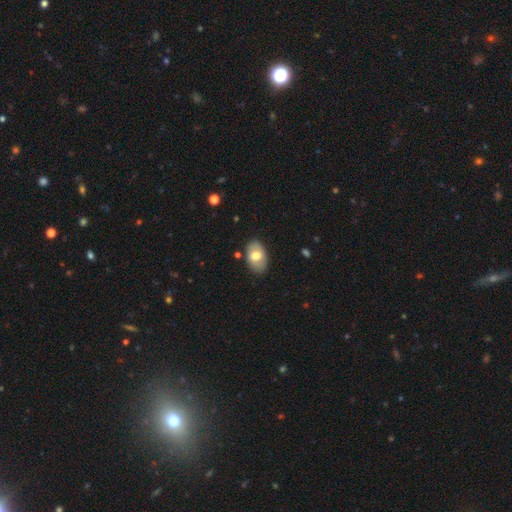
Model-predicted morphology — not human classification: smooth 69%, featured or disk 25%, star or artifact 6%. Down the decision tree: how rounded — in between (90%); merging — none (83%).